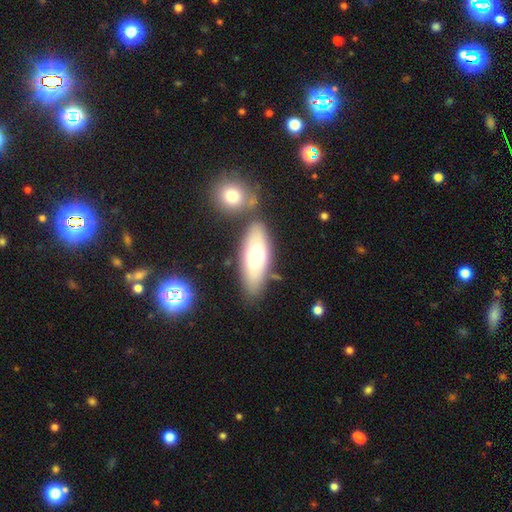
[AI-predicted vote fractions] The model was most divided on "smooth or featured": smooth: 63%, featured or disk: 30%, star or artifact: 7%. More confident: merging — none (74%); how rounded — in between (71%).